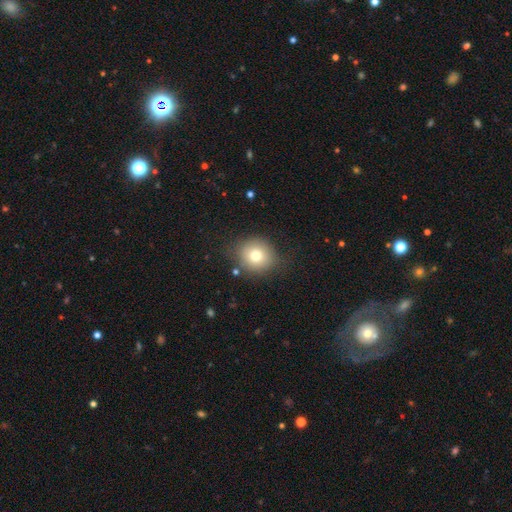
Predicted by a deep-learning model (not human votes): Q: Smooth or featured?
A: smooth (75%); runner-up: featured or disk (14%)
Q: How rounded?
A: round (81%); runner-up: in between (18%)
Q: Merging?
A: none (77%); runner-up: minor disturbance (15%)